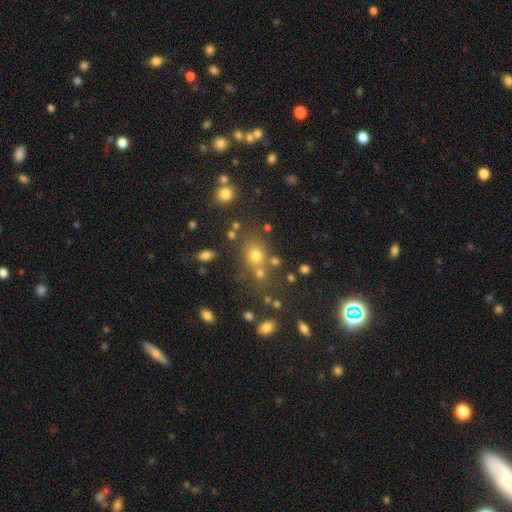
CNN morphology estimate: Overall: smooth (65%). How rounded: round (65%; in between 33%). Merging: none (62%).